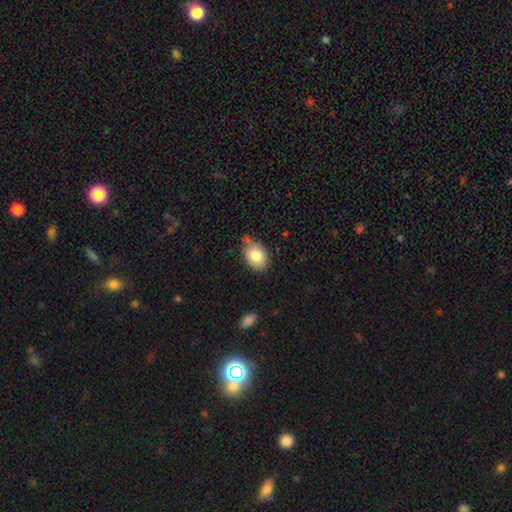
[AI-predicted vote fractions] Smooth or featured?
  - smooth: 83% *
  - featured or disk: 9%
  - star or artifact: 8%
How rounded?
  - in between: 74% *
  - round: 25%
  - cigar-shaped: 1%
Merging?
  - none: 66% *
  - minor disturbance: 24%
  - merger: 6%
  - major disturbance: 4%